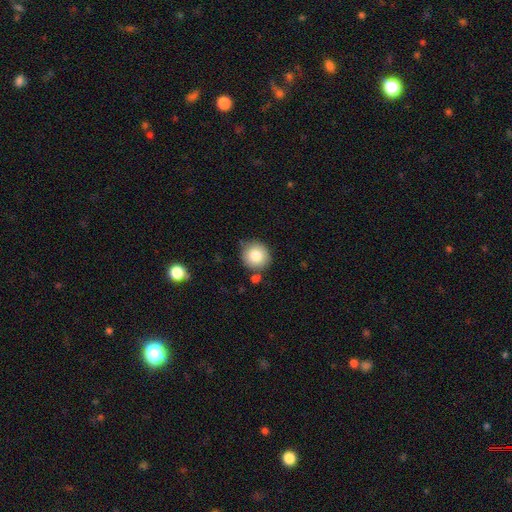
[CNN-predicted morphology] This is clearly a smooth galaxy (82%). How rounded: clearly round (93%). Merging: likely none (79%).